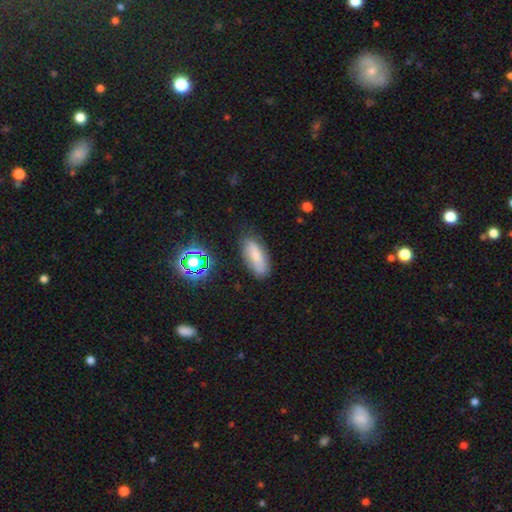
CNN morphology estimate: This is likely a smooth galaxy (72%). How rounded: likely in between (77%). Merging: likely none (77%).